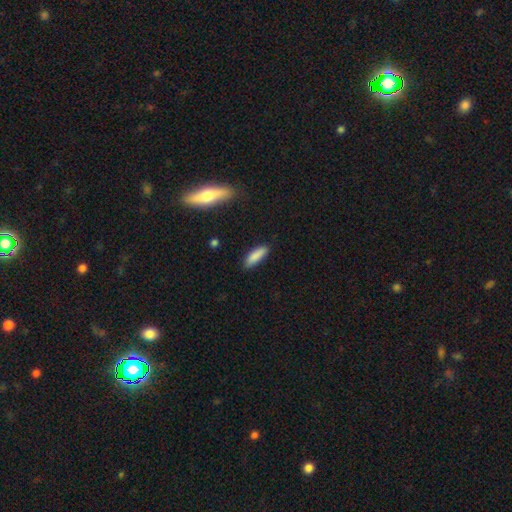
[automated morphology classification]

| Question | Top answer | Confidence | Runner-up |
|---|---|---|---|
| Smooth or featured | smooth | 86% | featured or disk (7%) |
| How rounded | cigar-shaped | 50% | in between (48%) |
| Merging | none | 85% | minor disturbance (12%) |